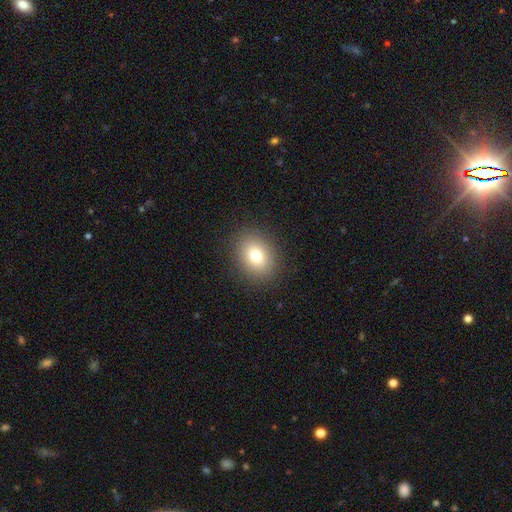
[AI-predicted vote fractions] This is likely a smooth galaxy (78%). How rounded: possibly in between (56%). Merging: clearly none (89%).